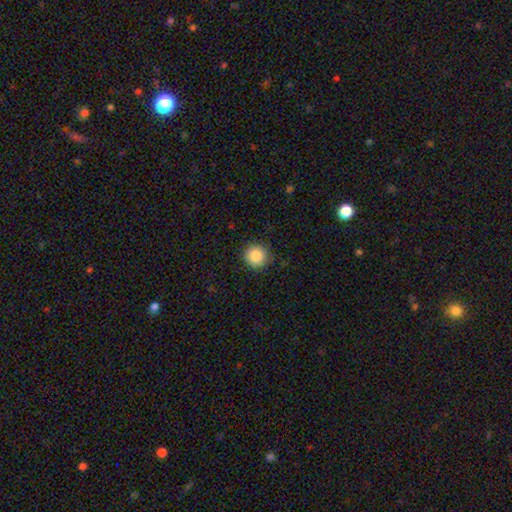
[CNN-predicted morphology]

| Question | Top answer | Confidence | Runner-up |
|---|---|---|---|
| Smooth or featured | smooth | 86% | star or artifact (9%) |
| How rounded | round | 93% | in between (6%) |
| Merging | none | 88% | minor disturbance (8%) |